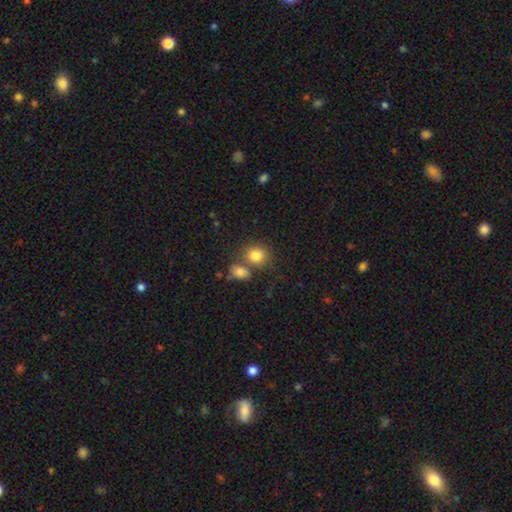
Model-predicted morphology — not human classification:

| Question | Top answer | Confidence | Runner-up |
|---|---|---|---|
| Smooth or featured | smooth | 82% | star or artifact (10%) |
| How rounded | round | 70% | in between (29%) |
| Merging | none | 53% | merger (32%) |